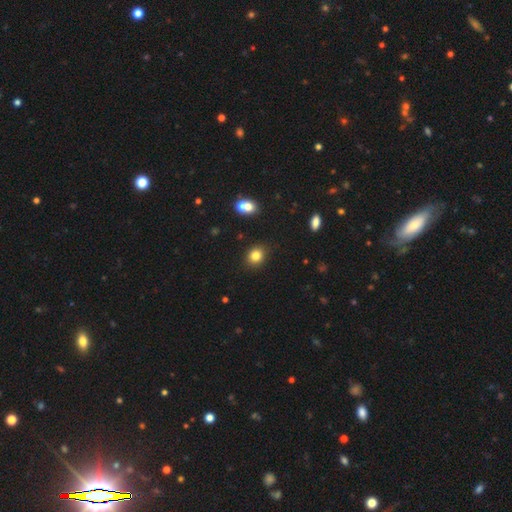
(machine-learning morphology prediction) The model was most divided on "how rounded": round: 70%, in between: 29%, cigar-shaped: 1%. More confident: merging — none (86%); smooth or featured — smooth (82%).